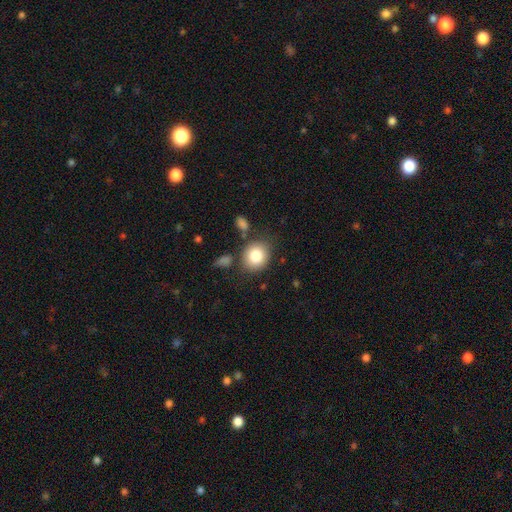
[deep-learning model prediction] smooth 83%, star or artifact 9%, featured or disk 8%. Down the decision tree: how rounded — round (74%); merging — none (76%).